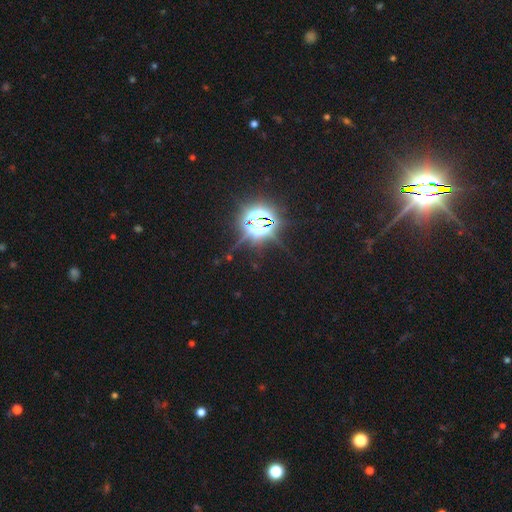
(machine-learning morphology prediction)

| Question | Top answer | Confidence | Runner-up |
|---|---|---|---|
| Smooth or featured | star or artifact | 87% | smooth (7%) |